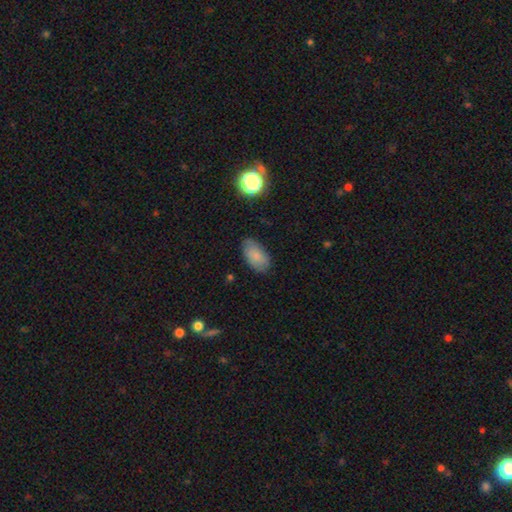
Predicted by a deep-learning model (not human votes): A smooth galaxy with no disk features (78%) that is in between round and cigar-shaped (94%).

Vote fractions:
- Smooth or featured? smooth: 78% / featured or disk: 13% / star or artifact: 8%
- How rounded? in between: 94% / round: 4% / cigar-shaped: 3%
- Merging? none: 79% / minor disturbance: 16% / major disturbance: 3% / merger: 1%